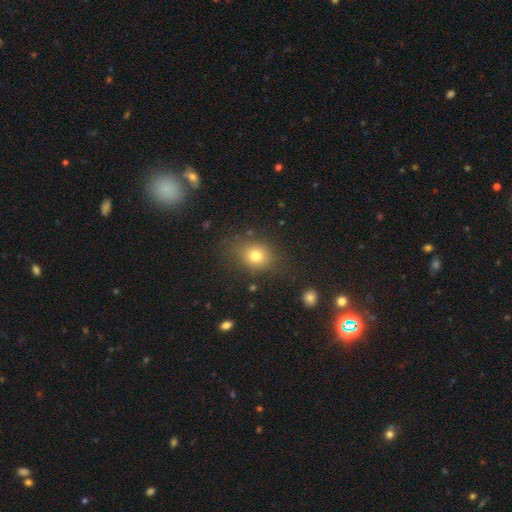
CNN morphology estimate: This appears to be a smooth galaxy with no disk features (77%) that is round (54%). Merging: none (76%).